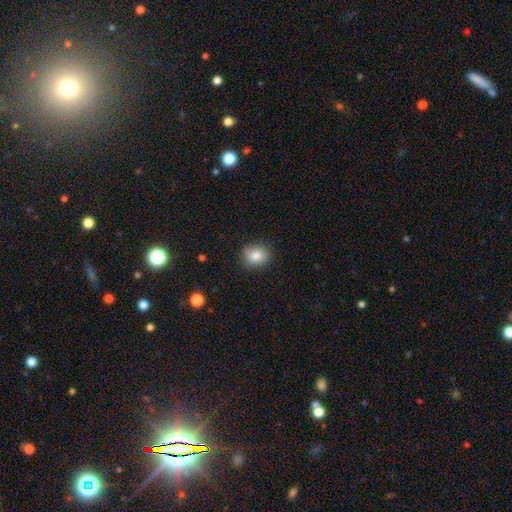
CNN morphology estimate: The model was most divided on "how rounded": round: 63%, in between: 36%, cigar-shaped: 1%. More confident: merging — none (84%); smooth or featured — smooth (83%).